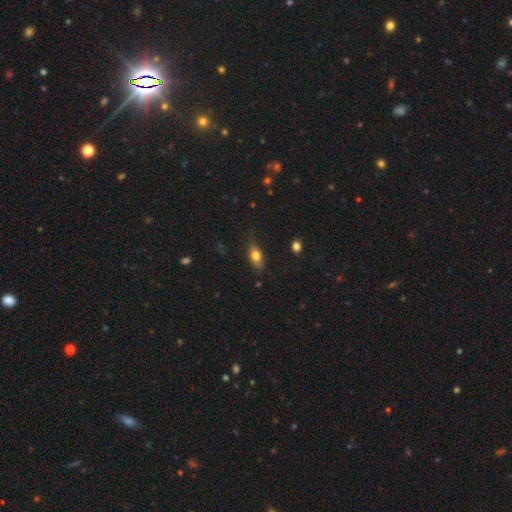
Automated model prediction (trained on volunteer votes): smooth-or-featured: smooth: 76% | featured or disk: 16% | star or artifact: 9%
  how-rounded: in between: 80% | cigar-shaped: 10% | round: 10%
  merging: none: 70% | minor disturbance: 23% | major disturbance: 6% | merger: 2%